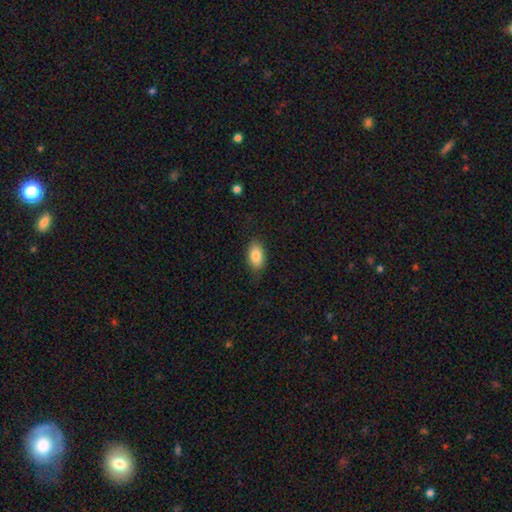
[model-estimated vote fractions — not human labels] Smooth or featured? smooth (86%)
How rounded? in between (92%)
Merging? none (83%)